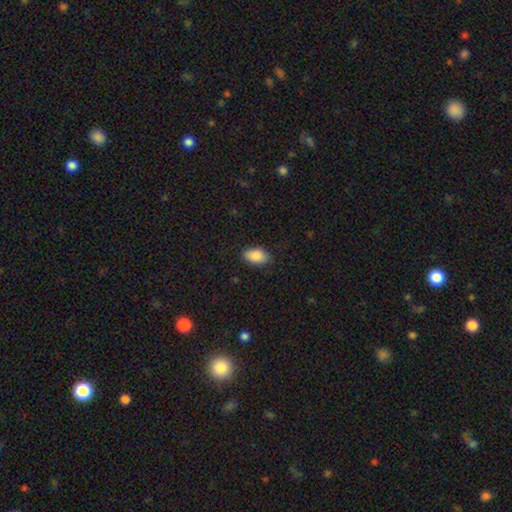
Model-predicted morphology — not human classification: Smooth or featured?
  - smooth: 86% *
  - star or artifact: 7%
  - featured or disk: 7%
How rounded?
  - in between: 92% *
  - round: 6%
  - cigar-shaped: 2%
Merging?
  - none: 84% *
  - minor disturbance: 12%
  - major disturbance: 2%
  - merger: 1%